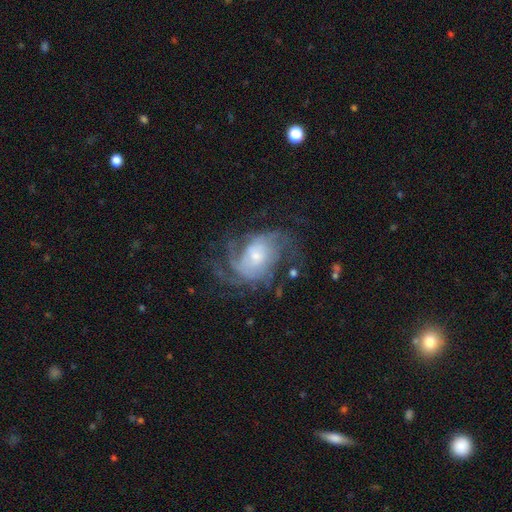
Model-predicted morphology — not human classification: Smooth or featured?
  - featured or disk: 83% *
  - smooth: 10%
  - star or artifact: 7%
Edge-on disk?
  - no: 97% *
  - yes: 3%
Bar?
  - no: 61% *
  - weak: 32%
  - strong: 7%
Spiral arms?
  - yes: 92% *
  - no: 8%
Spiral winding?
  - medium: 43% *
  - tight: 33%
  - loose: 23%
Spiral arm count?
  - can't tell: 30% *
  - 2: 28%
  - 3: 19%
  - 4: 10%
  - 1: 6%
  - more than 4: 6%
Bulge size?
  - small: 49% *
  - moderate: 36%
  - large: 10%
  - none: 4%
  - dominant: 2%
Merging?
  - none: 57% *
  - major disturbance: 23%
  - minor disturbance: 18%
  - merger: 2%